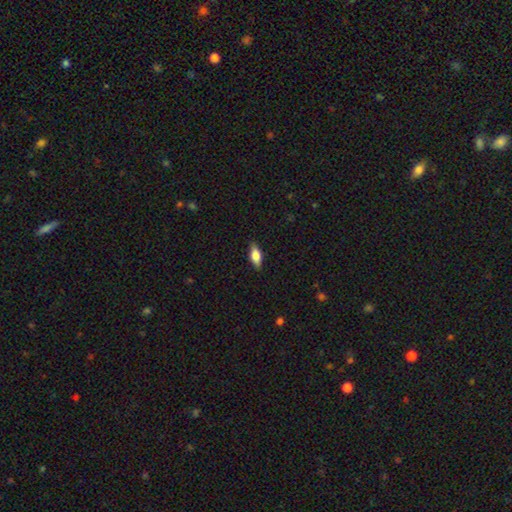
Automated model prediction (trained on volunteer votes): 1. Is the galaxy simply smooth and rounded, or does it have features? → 64% smooth, 29% featured or disk, 7% star or artifact.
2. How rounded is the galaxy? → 72% in between, 24% cigar-shaped, 3% round.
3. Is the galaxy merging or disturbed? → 87% none, 10% minor disturbance, 2% major disturbance, 1% merger.